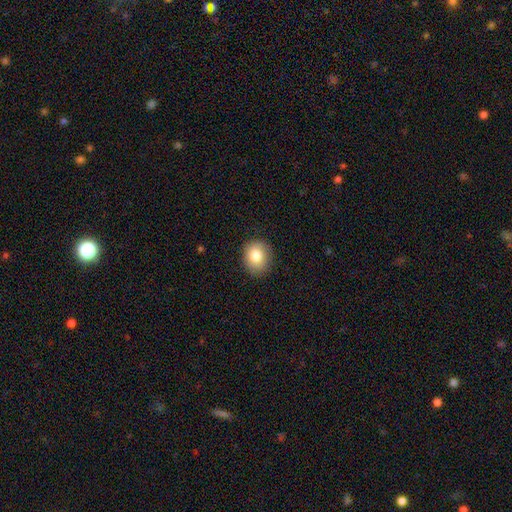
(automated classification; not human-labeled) Smooth or featured?
  - smooth: 82% *
  - star or artifact: 9%
  - featured or disk: 9%
How rounded?
  - round: 69% *
  - in between: 30%
  - cigar-shaped: 1%
Merging?
  - none: 86% *
  - minor disturbance: 10%
  - major disturbance: 3%
  - merger: 1%